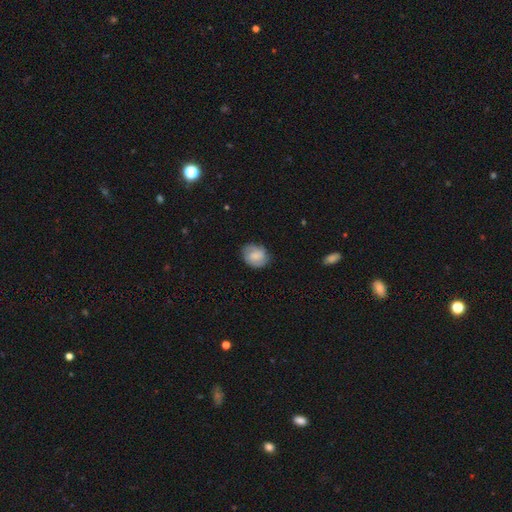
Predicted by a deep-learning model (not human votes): smooth-or-featured: smooth: 57% | featured or disk: 35% | star or artifact: 8%
  how-rounded: round: 52% | in between: 47% | cigar-shaped: 1%
  merging: none: 76% | minor disturbance: 18% | major disturbance: 5% | merger: 1%